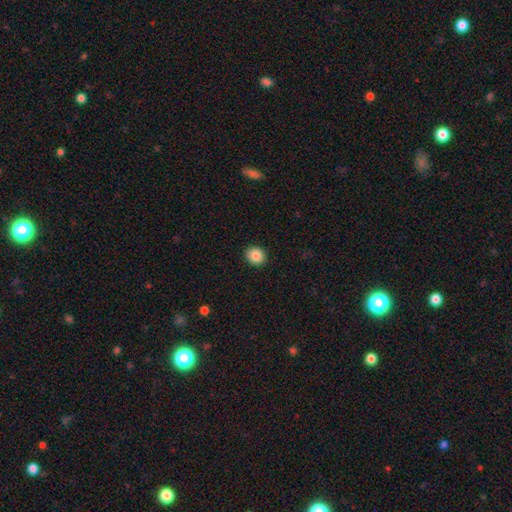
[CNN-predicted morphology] A smooth galaxy with no disk features (86%) that is round (84%).

Vote fractions:
- Smooth or featured? smooth: 86% / star or artifact: 9% / featured or disk: 5%
- How rounded? round: 84% / in between: 16% / cigar-shaped: 1%
- Merging? none: 92% / minor disturbance: 5% / major disturbance: 2% / merger: 1%